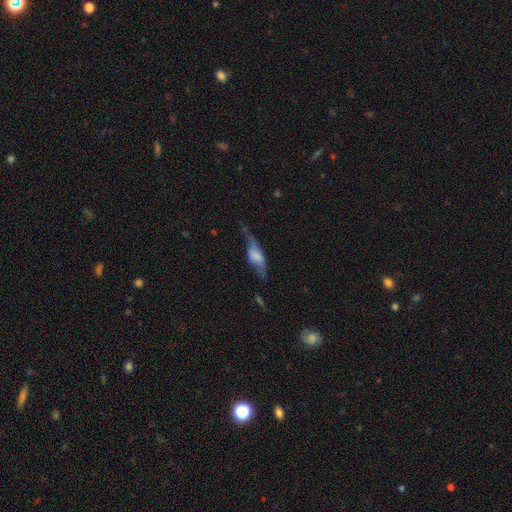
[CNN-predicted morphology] Smooth or featured: smooth — 48% (featured or disk — 43%)
Merging: none — 38% (minor disturbance — 31%)